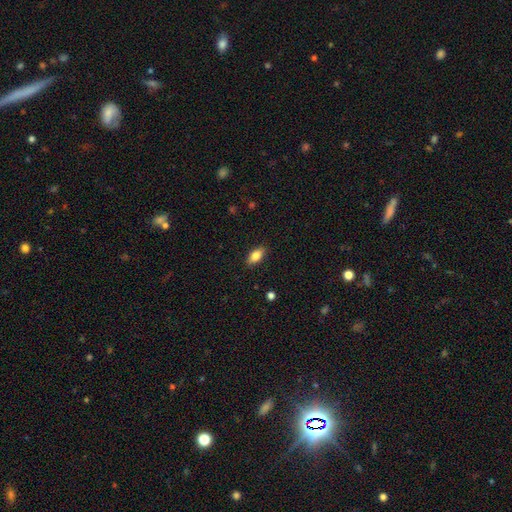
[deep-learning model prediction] smooth-or-featured: smooth: 80% | featured or disk: 13% | star or artifact: 7%
  how-rounded: in between: 87% | cigar-shaped: 9% | round: 4%
  merging: none: 88% | minor disturbance: 9% | major disturbance: 2% | merger: 1%